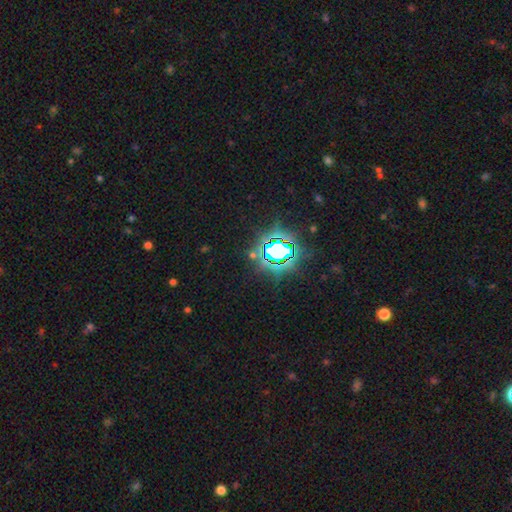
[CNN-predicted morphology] smooth_or_featured: star or artifact (p=0.79) [alt: smooth p=0.12]